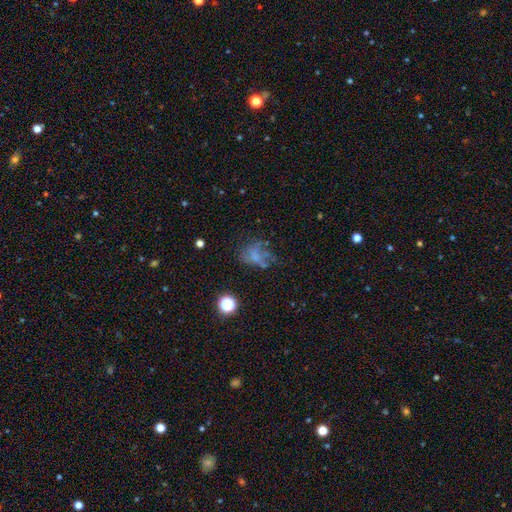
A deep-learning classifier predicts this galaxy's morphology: Overall: smooth (40%; featured or disk 36%). Merging: none (43%; major disturbance 28%).